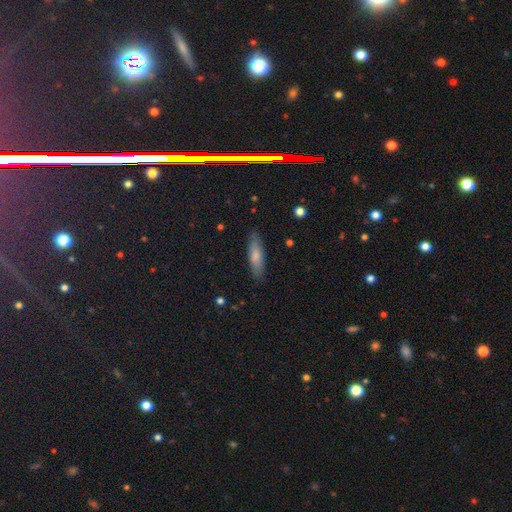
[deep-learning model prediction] A smooth galaxy with no disk features (73%) that is cigar-shaped (64%).

Vote fractions:
- Smooth or featured? smooth: 73% / featured or disk: 21% / star or artifact: 6%
- How rounded? cigar-shaped: 64% / in between: 35% / round: 2%
- Merging? none: 85% / minor disturbance: 12% / major disturbance: 2% / merger: 1%